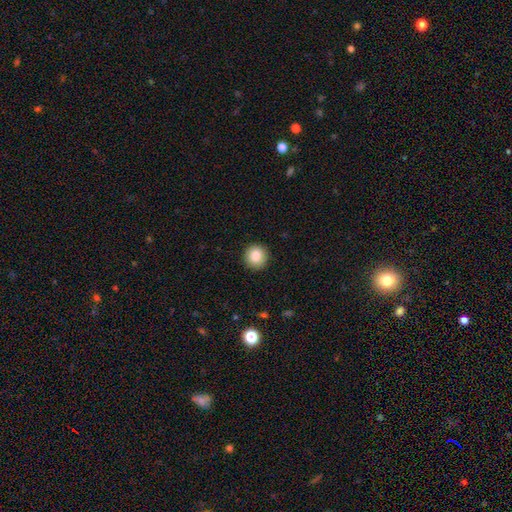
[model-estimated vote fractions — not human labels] Q: Smooth or featured?
A: smooth (85%); runner-up: star or artifact (9%)
Q: How rounded?
A: round (93%); runner-up: in between (6%)
Q: Merging?
A: none (92%); runner-up: minor disturbance (5%)